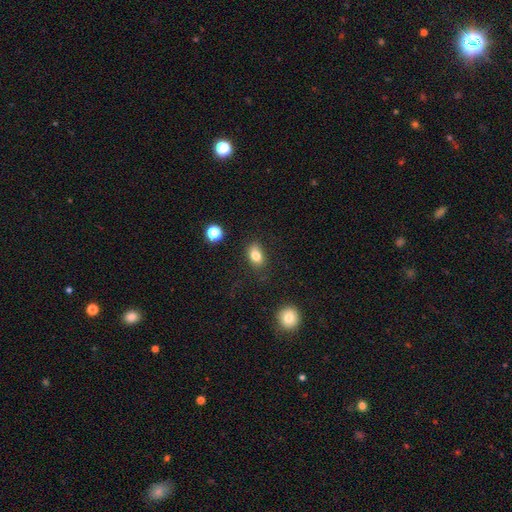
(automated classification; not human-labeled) smooth 81%, star or artifact 10%, featured or disk 9%. Down the decision tree: how rounded — in between (80%); merging — none (80%).